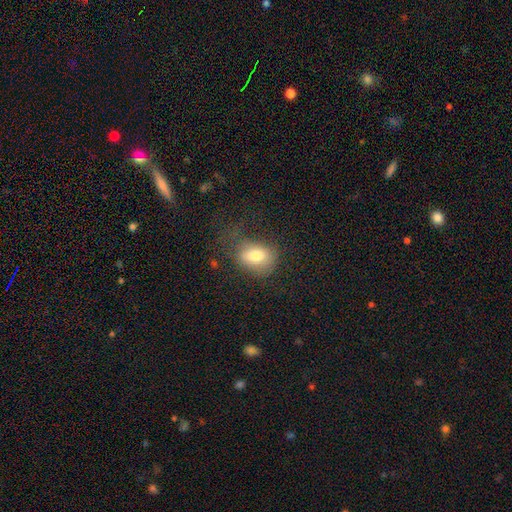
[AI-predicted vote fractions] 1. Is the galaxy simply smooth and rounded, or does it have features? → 75% smooth, 15% featured or disk, 10% star or artifact.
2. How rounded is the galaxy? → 71% in between, 27% round, 2% cigar-shaped.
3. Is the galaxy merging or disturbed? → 50% none, 26% minor disturbance, 22% major disturbance, 2% merger.